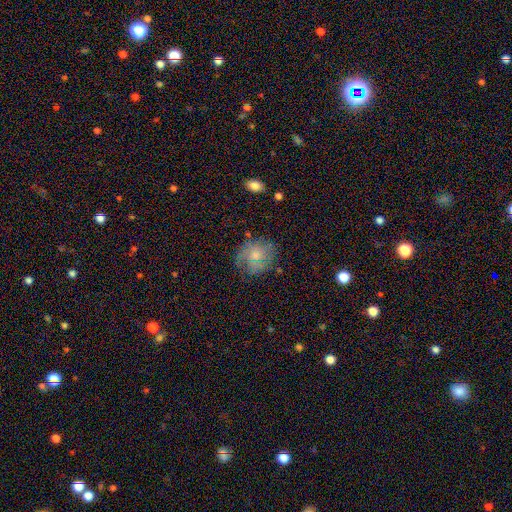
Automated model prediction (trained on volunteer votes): A smooth galaxy with no disk features (59%) that is round (71%). Merging: none (66%).